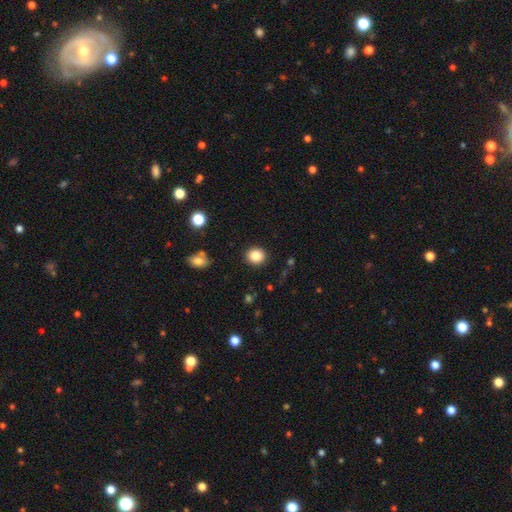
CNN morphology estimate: This is clearly a smooth galaxy (85%). How rounded: clearly round (81%). Merging: clearly none (90%).